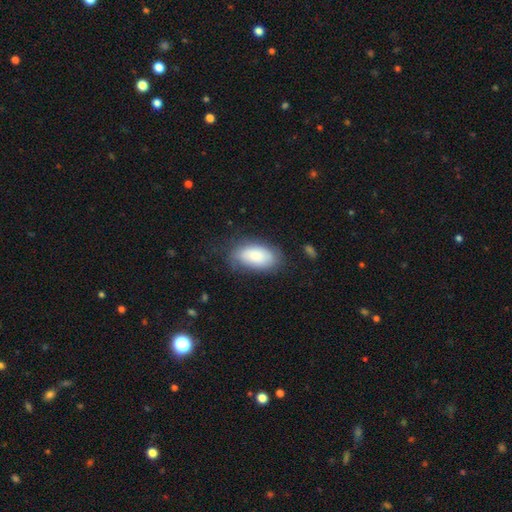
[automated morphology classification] A smooth galaxy with no disk features (80%) that is in between round and cigar-shaped (94%).

Vote fractions:
- Smooth or featured? smooth: 80% / featured or disk: 13% / star or artifact: 7%
- How rounded? in between: 94% / round: 4% / cigar-shaped: 3%
- Merging? none: 69% / minor disturbance: 22% / major disturbance: 8% / merger: 2%